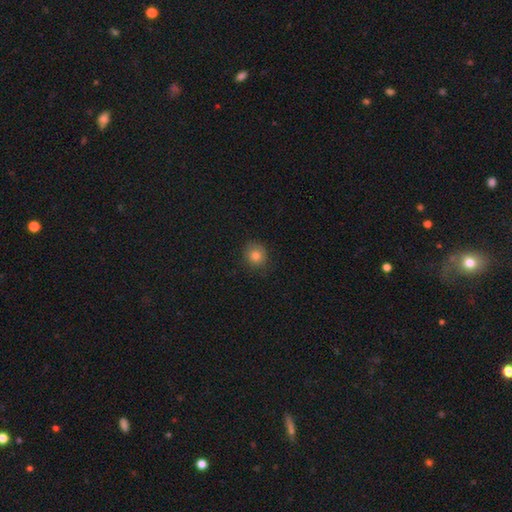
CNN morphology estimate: A smooth galaxy with no disk features (80%) that is round (84%).

Vote fractions:
- Smooth or featured? smooth: 80% / star or artifact: 13% / featured or disk: 7%
- How rounded? round: 84% / in between: 15% / cigar-shaped: 1%
- Merging? none: 83% / minor disturbance: 13% / major disturbance: 3% / merger: 1%